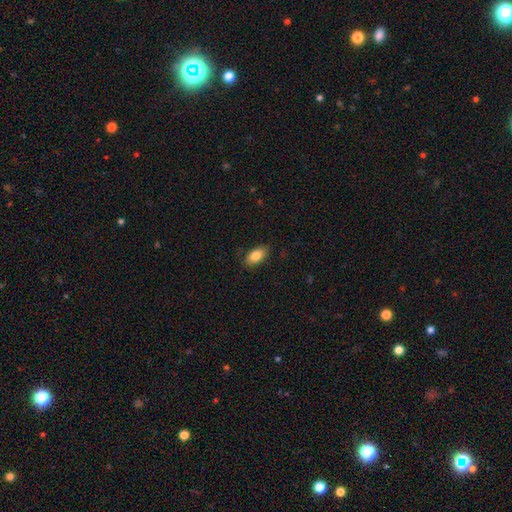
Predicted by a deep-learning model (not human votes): The model was most divided on "smooth or featured": smooth: 84%, featured or disk: 10%, star or artifact: 7%. More confident: how rounded — in between (91%); merging — none (86%).